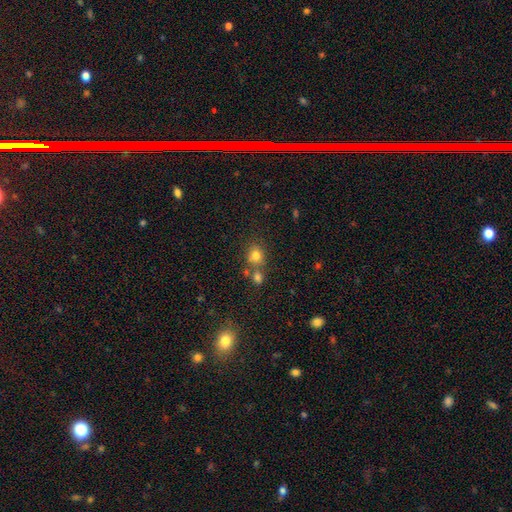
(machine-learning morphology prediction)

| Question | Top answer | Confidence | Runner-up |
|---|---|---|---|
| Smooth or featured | smooth | 78% | star or artifact (14%) |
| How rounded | round | 74% | in between (25%) |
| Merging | none | 58% | merger (28%) |